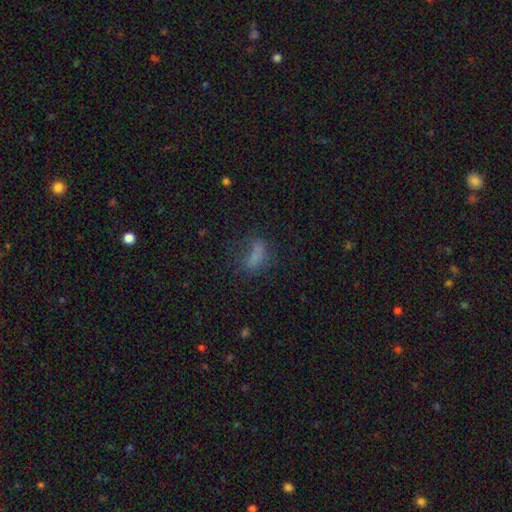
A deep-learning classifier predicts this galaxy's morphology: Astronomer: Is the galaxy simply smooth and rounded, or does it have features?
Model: smooth — 65%.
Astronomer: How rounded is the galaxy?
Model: in between — 73%.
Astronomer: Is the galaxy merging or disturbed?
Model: none — 42% (runner-up: major disturbance, 29%).